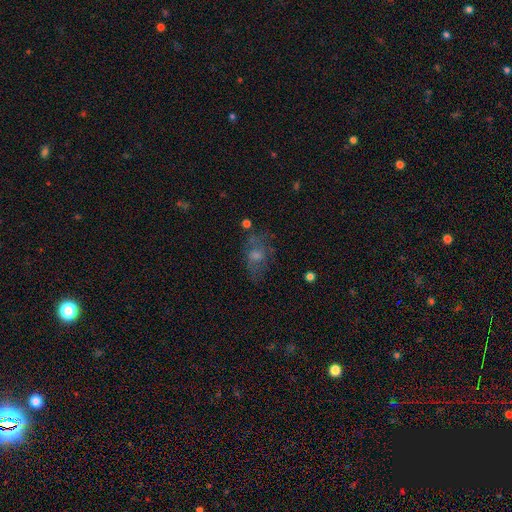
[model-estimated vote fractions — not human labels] Smooth or featured?
  - smooth: 42% *
  - featured or disk: 41%
  - star or artifact: 17%
Merging?
  - none: 53% *
  - minor disturbance: 22%
  - major disturbance: 21%
  - merger: 4%